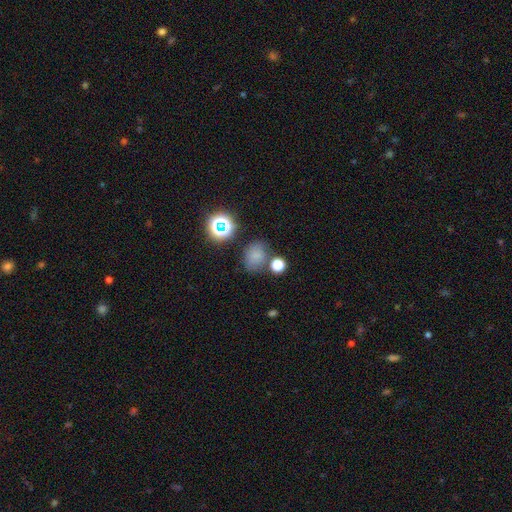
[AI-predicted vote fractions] The model was most divided on "how rounded": round: 52%, in between: 47%, cigar-shaped: 1%. More confident: smooth or featured — smooth (70%); merging — none (64%).